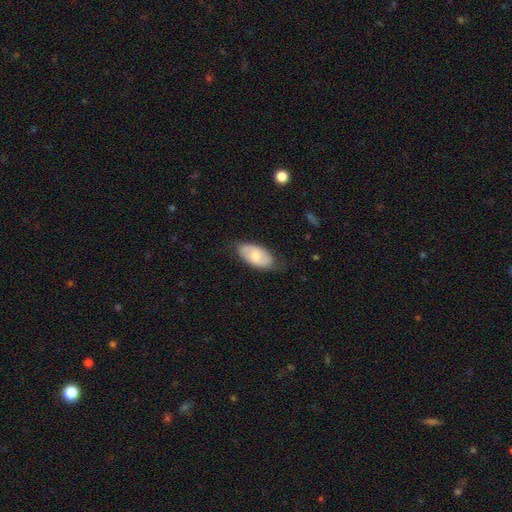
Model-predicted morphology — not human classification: A smooth galaxy with no disk features (62%) that is in between round and cigar-shaped (94%). Merging: none (73%).